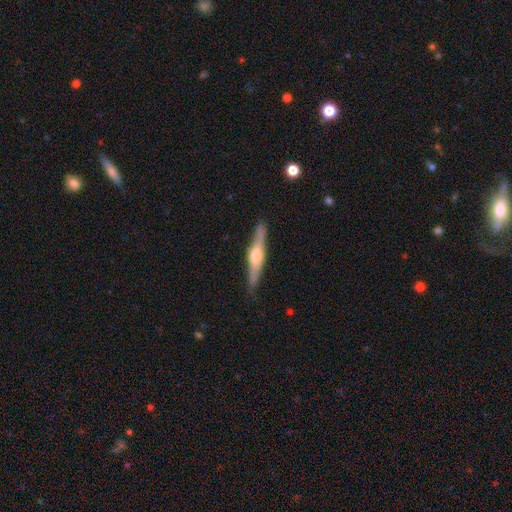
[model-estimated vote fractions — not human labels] Morphology: type=featured or disk (68%); edge-on=yes (96%); edge-on bulge=rounded (89%); merging=none (87%).